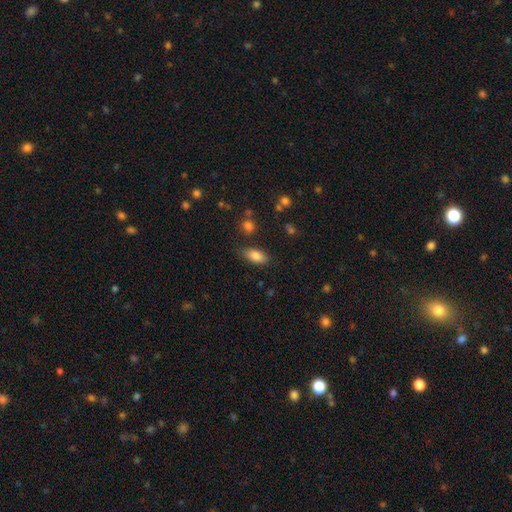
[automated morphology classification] type=smooth (84%); roundness=in between (88%); merging=none (77%).